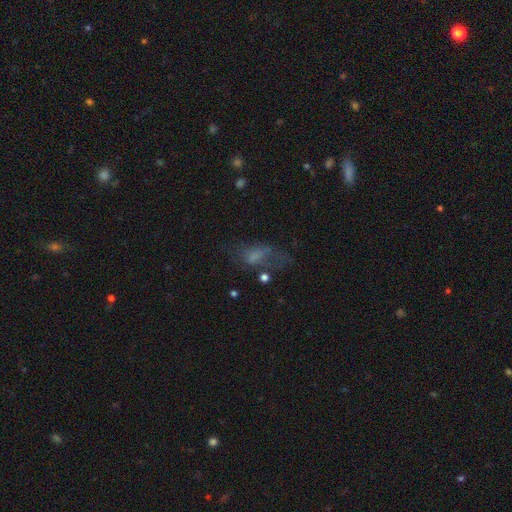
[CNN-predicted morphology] Smooth or featured: smooth — 50% (featured or disk — 33%)
Merging: major disturbance — 38% (none — 35%)